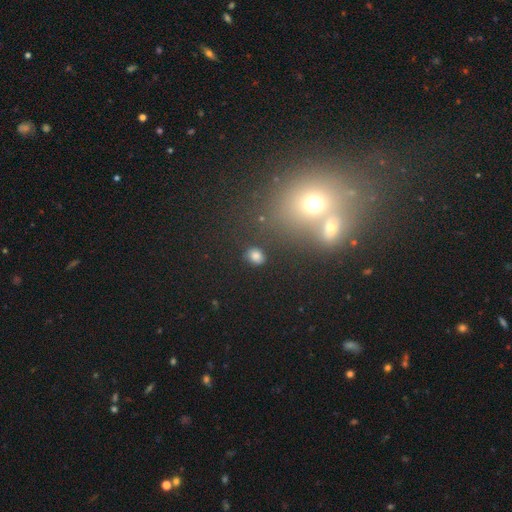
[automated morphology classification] type=smooth (79%); roundness=in between (56%); merging=none (84%).